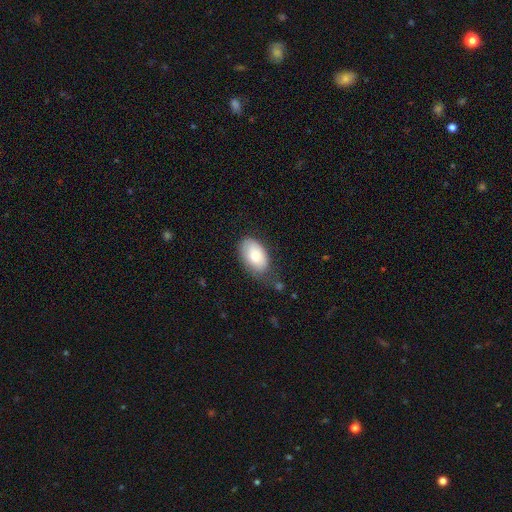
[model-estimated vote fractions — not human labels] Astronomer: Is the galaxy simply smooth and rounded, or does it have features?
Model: smooth — 79%.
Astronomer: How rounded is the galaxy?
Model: in between — 93%.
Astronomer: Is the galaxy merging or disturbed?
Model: none — 64%.